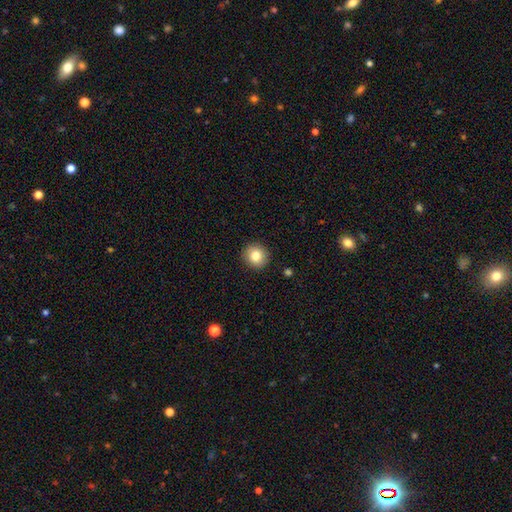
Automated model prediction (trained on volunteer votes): Smooth or featured? smooth (83%)
How rounded? round (92%)
Merging? none (92%)